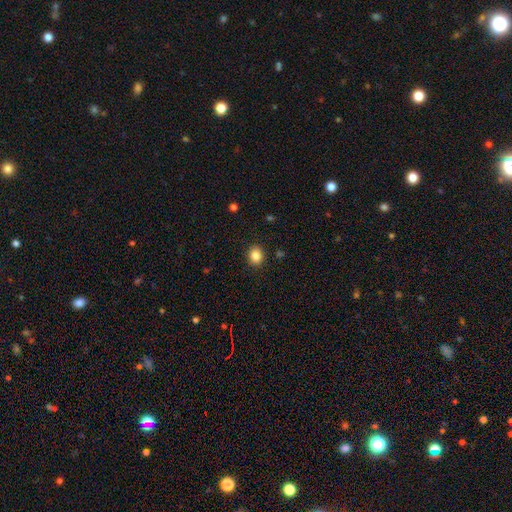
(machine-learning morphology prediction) Q: Smooth or featured?
A: smooth (84%); runner-up: star or artifact (11%)
Q: How rounded?
A: round (68%); runner-up: in between (31%)
Q: Merging?
A: none (90%); runner-up: minor disturbance (6%)